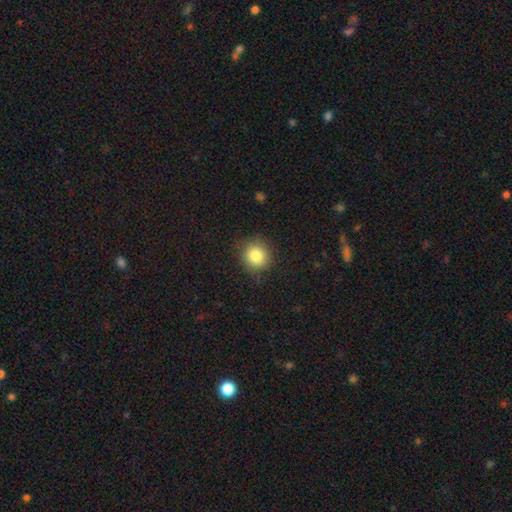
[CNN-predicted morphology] This is clearly a smooth galaxy (83%). How rounded: clearly round (89%). Merging: clearly none (87%).